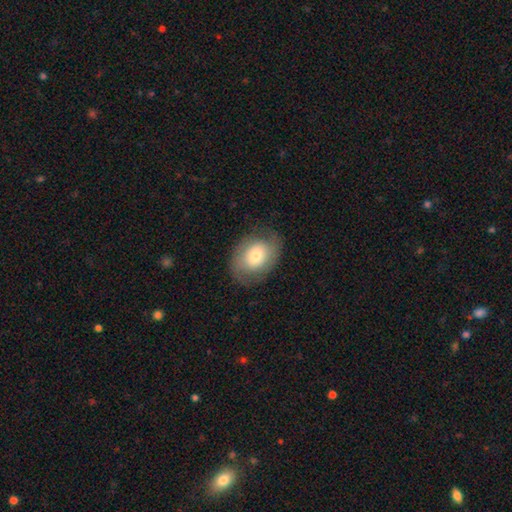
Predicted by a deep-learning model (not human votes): Smooth or featured: smooth — 53% (featured or disk — 40%)
How rounded: in between — 65% (round — 34%)
Merging: none — 75% (minor disturbance — 16%)